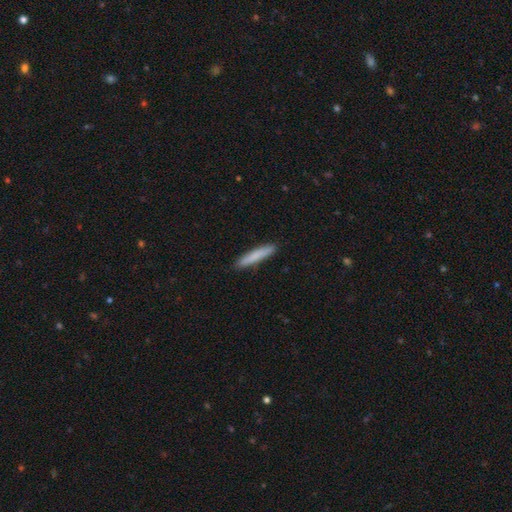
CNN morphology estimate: The model was most divided on "smooth or featured": smooth: 80%, featured or disk: 14%, star or artifact: 6%. More confident: how rounded — cigar-shaped (93%); merging — none (90%).